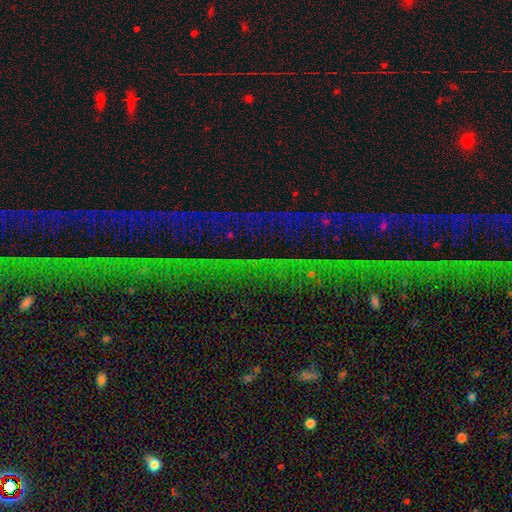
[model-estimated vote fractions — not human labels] A star or artifact, not a galaxy (78%).

Vote fractions:
- Smooth or featured? star or artifact: 78% / featured or disk: 12% / smooth: 10%